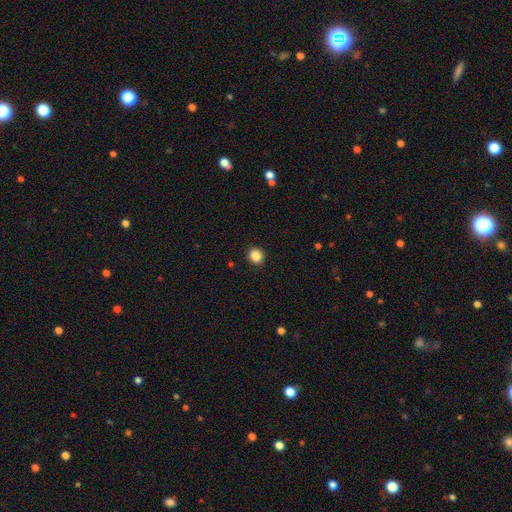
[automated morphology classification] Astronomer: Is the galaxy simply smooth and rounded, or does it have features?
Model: smooth — 87%.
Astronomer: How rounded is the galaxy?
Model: round — 89%.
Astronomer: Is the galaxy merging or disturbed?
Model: none — 92%.